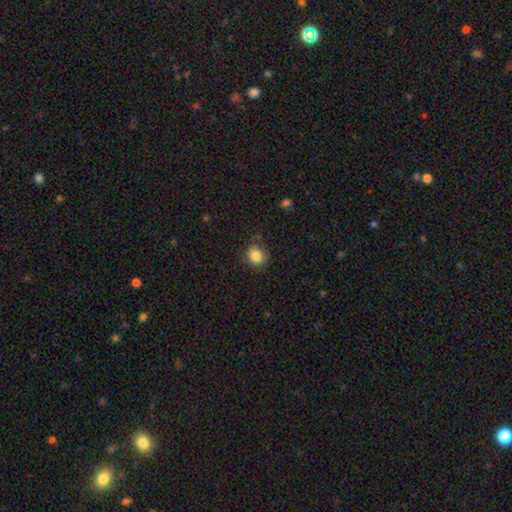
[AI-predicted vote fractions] This is clearly a smooth galaxy (86%). How rounded: likely round (75%). Merging: clearly none (80%).